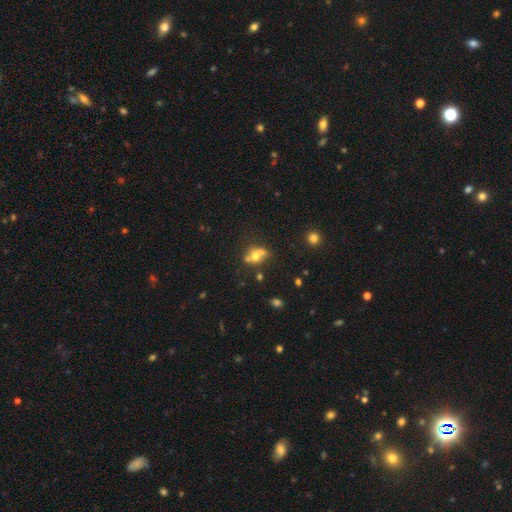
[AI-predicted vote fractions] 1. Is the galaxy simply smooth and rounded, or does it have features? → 58% smooth, 27% featured or disk, 15% star or artifact.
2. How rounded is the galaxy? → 57% round, 41% in between, 2% cigar-shaped.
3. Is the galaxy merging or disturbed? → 47% merger, 33% none, 12% minor disturbance, 8% major disturbance.